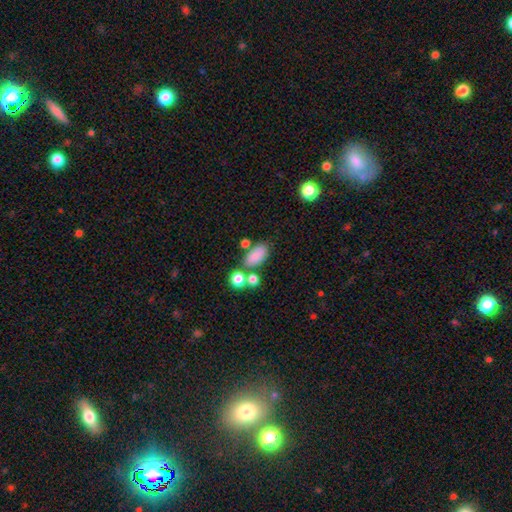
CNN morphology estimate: The model was most divided on "merging": none: 64%, merger: 18%, minor disturbance: 12%, major disturbance: 5%. More confident: how rounded — in between (89%); smooth or featured — smooth (83%).